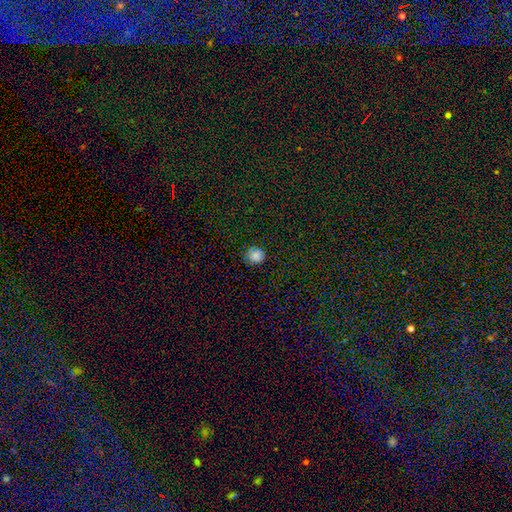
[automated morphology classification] smooth 86%, star or artifact 11%, featured or disk 4%. Down the decision tree: how rounded — round (90%); merging — none (85%).